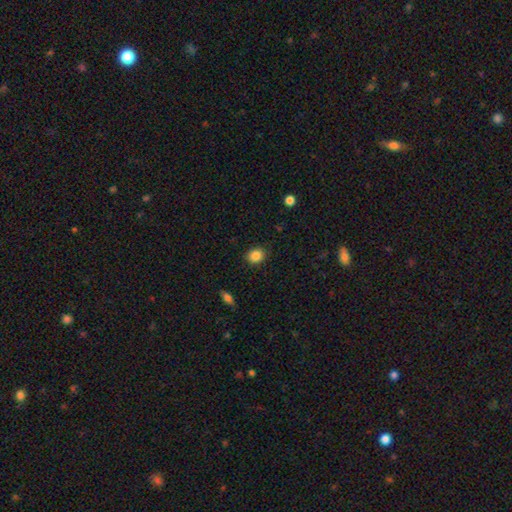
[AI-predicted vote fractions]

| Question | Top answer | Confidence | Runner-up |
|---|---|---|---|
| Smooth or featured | smooth | 86% | star or artifact (10%) |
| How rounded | round | 63% | in between (36%) |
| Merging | none | 88% | minor disturbance (9%) |